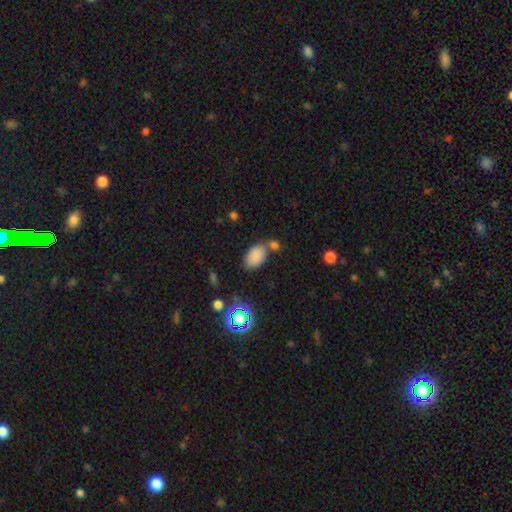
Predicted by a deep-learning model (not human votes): smooth 83%, star or artifact 11%, featured or disk 6%. Down the decision tree: how rounded — in between (91%); merging — none (58%).